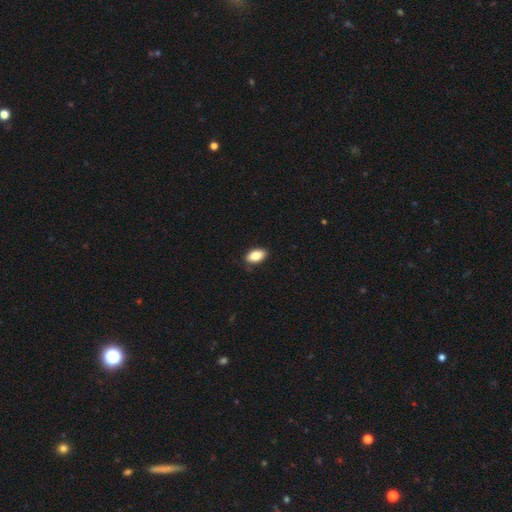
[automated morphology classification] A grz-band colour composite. It shows a smooth galaxy with no disk features (83%) that is in between round and cigar-shaped (91%). Merging: none (85%).